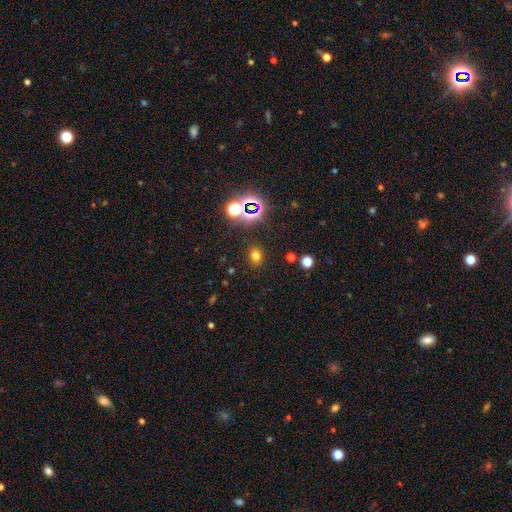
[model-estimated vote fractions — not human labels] smooth-or-featured: smooth: 68% | star or artifact: 25% | featured or disk: 7%
  how-rounded: round: 64% | in between: 35% | cigar-shaped: 1%
  merging: none: 87% | minor disturbance: 8% | major disturbance: 3% | merger: 2%